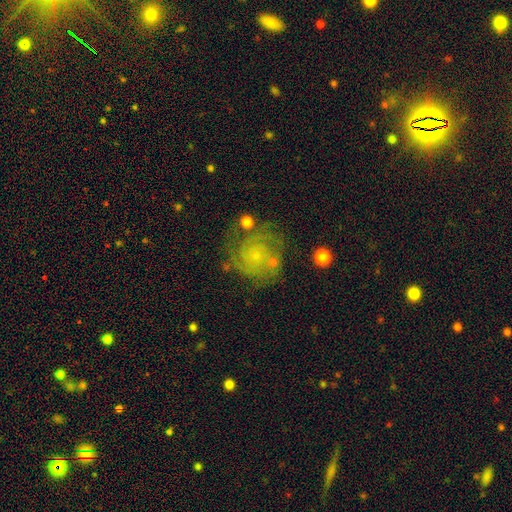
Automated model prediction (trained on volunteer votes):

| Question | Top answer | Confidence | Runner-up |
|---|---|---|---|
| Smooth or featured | featured or disk | 66% | smooth (23%) |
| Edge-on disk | no | 98% | yes (2%) |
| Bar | no | 82% | weak (15%) |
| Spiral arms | yes | 87% | no (13%) |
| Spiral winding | tight | 60% | medium (30%) |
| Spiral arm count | can't tell | 35% | 2 (28%) |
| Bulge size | small | 76% | moderate (11%) |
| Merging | none | 62% | minor disturbance (18%) |